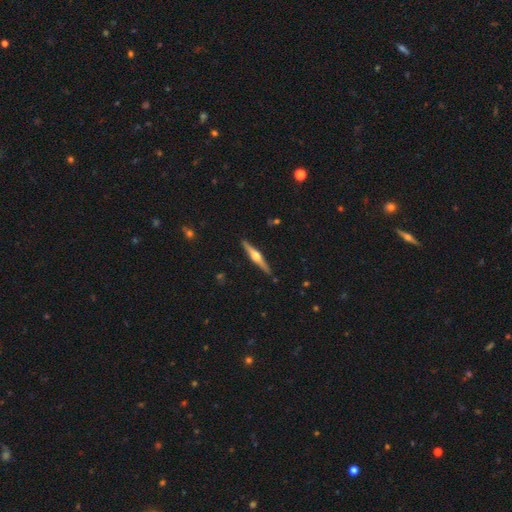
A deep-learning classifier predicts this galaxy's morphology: This is likely a featured or disk galaxy (79%). It is clearly viewed edge-on (98%). Edge-on bulge: clearly rounded (94%). Merging: clearly none (90%).